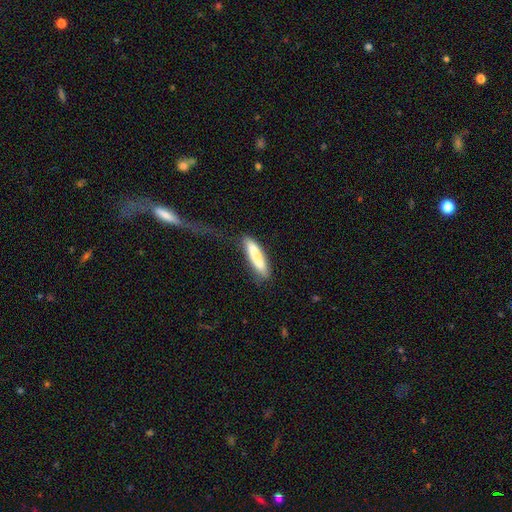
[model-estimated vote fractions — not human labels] Smooth or featured? Predicted: smooth (p=0.80). How rounded? Predicted: cigar-shaped (p=0.84). Merging? Predicted: none (p=0.68).